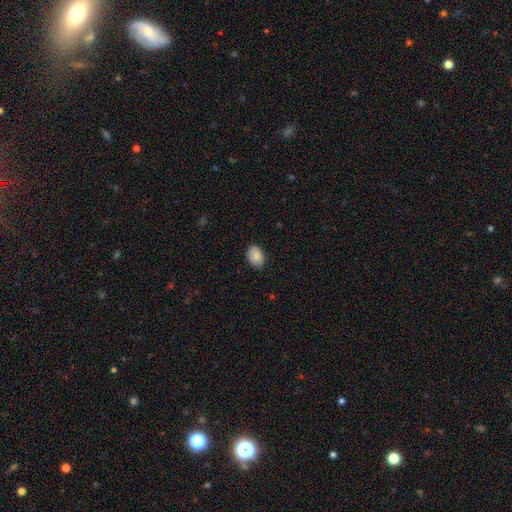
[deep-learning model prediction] This is clearly a smooth galaxy (86%). How rounded: clearly in between (80%). Merging: clearly none (84%).